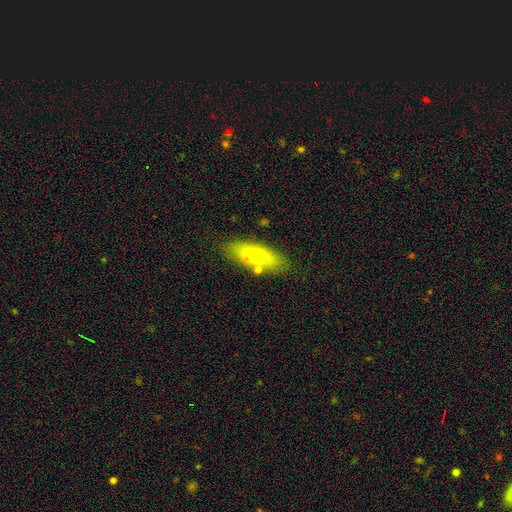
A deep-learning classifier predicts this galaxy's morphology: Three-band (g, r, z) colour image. It shows a smooth galaxy with no disk features (61%) that is in between round and cigar-shaped (67%). Merging: none (75%).